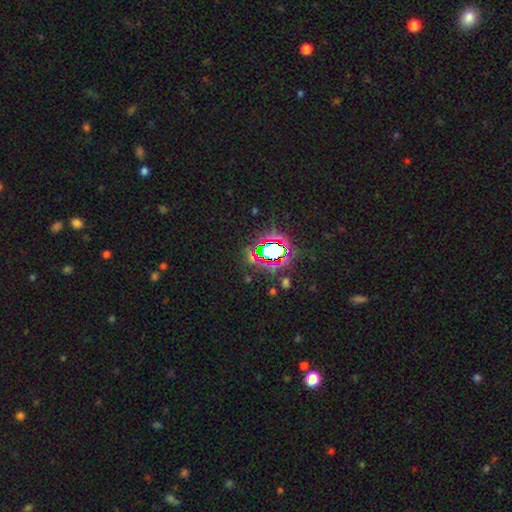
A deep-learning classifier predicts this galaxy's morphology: A star or artifact, not a galaxy (71%).